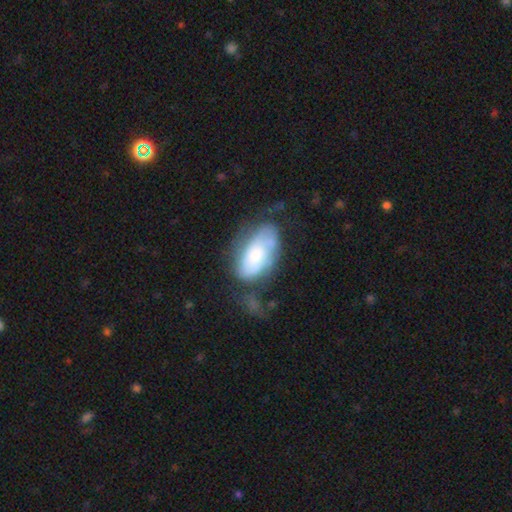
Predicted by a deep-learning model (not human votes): The model was most divided on "smooth or featured": smooth: 49%, featured or disk: 44%, star or artifact: 7%. Remaining: merging — none (39%).